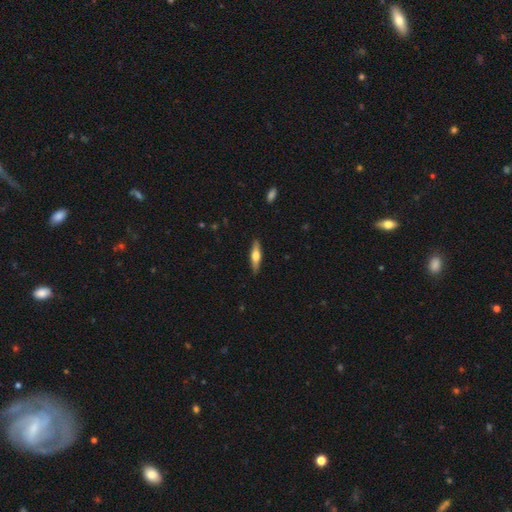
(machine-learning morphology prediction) smooth 50%, featured or disk 45%, star or artifact 6%. Down the decision tree: merging — none (89%).